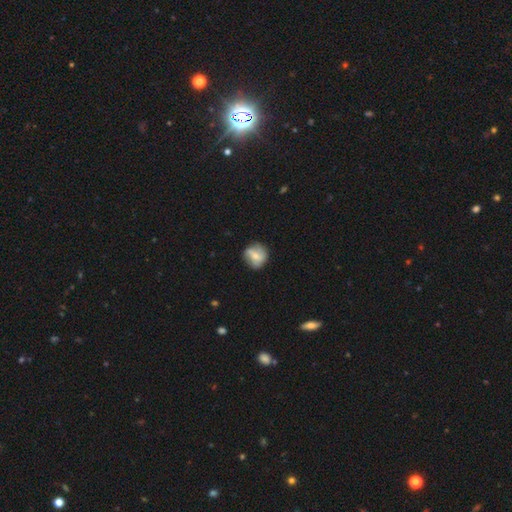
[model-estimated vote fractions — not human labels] smooth 54%, featured or disk 38%, star or artifact 8%. Down the decision tree: how rounded — round (82%); merging — none (67%).